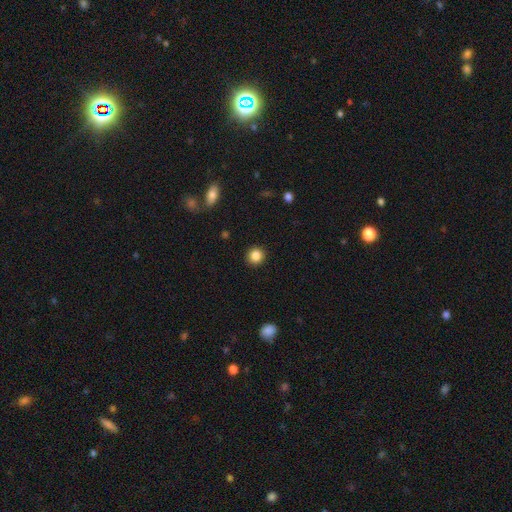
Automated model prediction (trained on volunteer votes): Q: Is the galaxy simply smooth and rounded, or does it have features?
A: smooth — 86%.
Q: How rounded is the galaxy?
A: round — 92%.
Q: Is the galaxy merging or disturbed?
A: none — 92%.